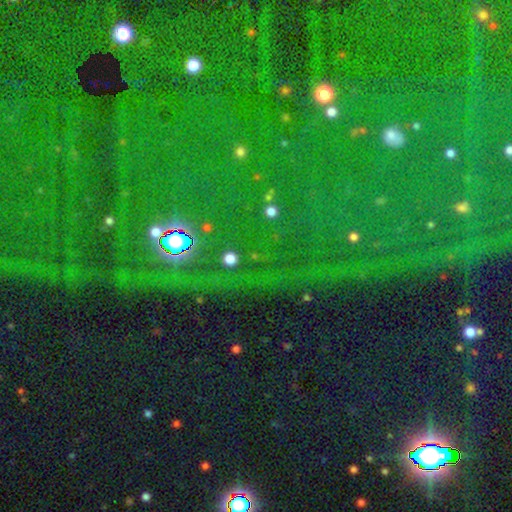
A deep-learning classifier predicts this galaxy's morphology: star or artifact 85%, smooth 8%, featured or disk 7%.